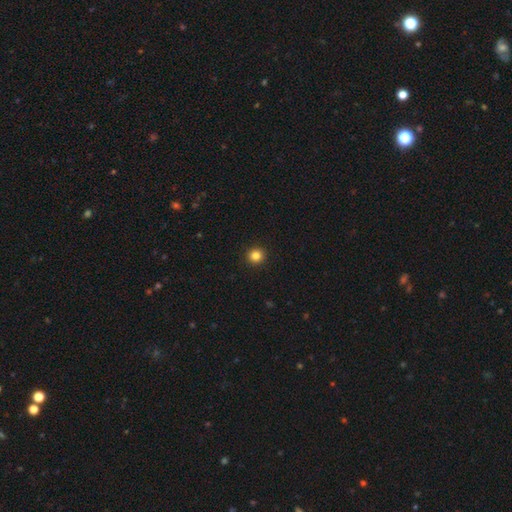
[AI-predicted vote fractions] A smooth galaxy with no disk features (84%) that is round (94%).

Vote fractions:
- Smooth or featured? smooth: 84% / star or artifact: 12% / featured or disk: 4%
- How rounded? round: 94% / in between: 5% / cigar-shaped: 1%
- Merging? none: 94% / minor disturbance: 4% / major disturbance: 1% / merger: 1%